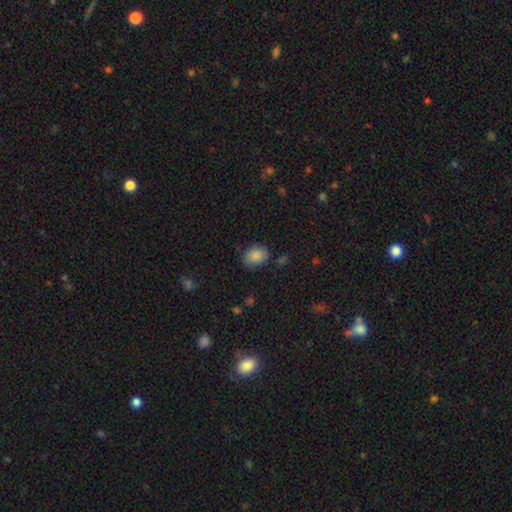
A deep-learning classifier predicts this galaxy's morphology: type=smooth (86%); roundness=in between (56%); merging=none (77%).